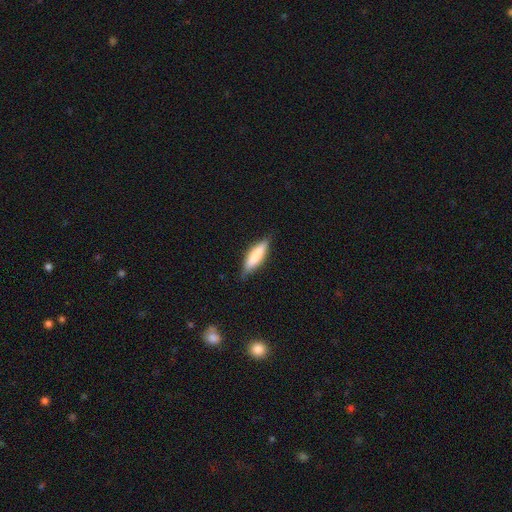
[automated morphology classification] Smooth or featured? Predicted: smooth (p=0.78). How rounded? Predicted: cigar-shaped (p=0.59). Merging? Predicted: none (p=0.81).